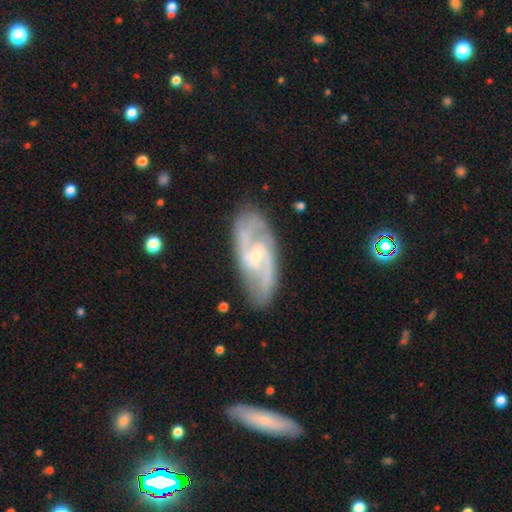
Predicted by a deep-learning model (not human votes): This is clearly a featured or disk galaxy (88%). It is clearly not viewed edge-on (95%). Bar: possibly weak (50%). Spiral arm pattern: clearly yes (97%). Spiral arm count: likely 2 (76%). Spiral winding: possibly medium (55%). Central bulge: likely small (65%). Merging: likely none (79%).